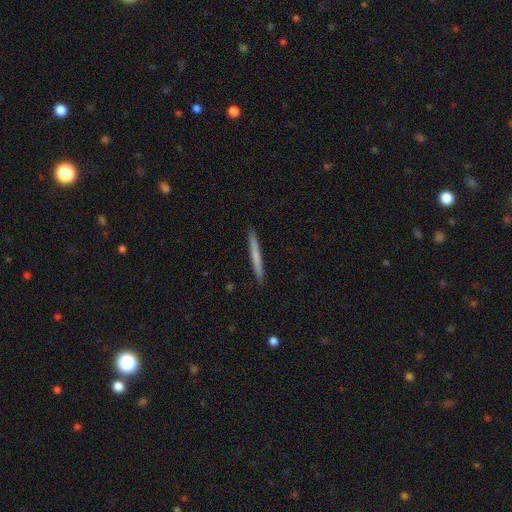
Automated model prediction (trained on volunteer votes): Morphology: type=smooth (64%); roundness=cigar-shaped (97%); merging=none (93%).